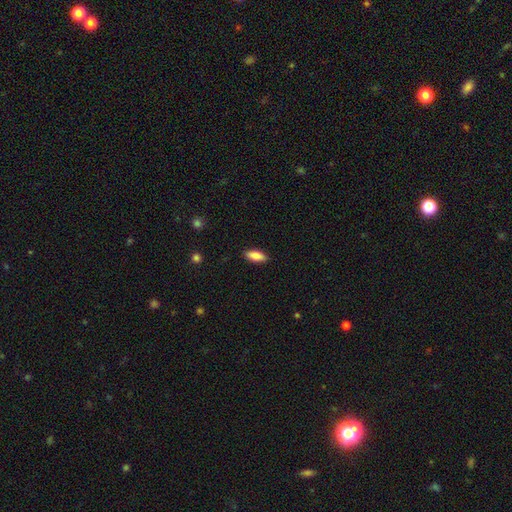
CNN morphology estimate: Q: Smooth or featured?
A: smooth (86%); runner-up: featured or disk (8%)
Q: How rounded?
A: in between (76%); runner-up: cigar-shaped (21%)
Q: Merging?
A: none (88%); runner-up: minor disturbance (9%)